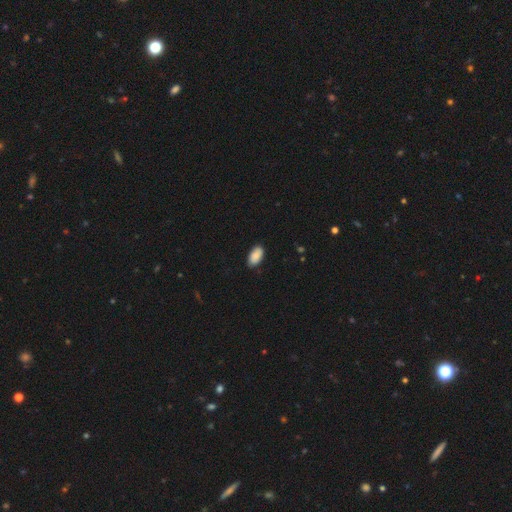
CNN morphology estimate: Smooth or featured?
  - smooth: 89% *
  - star or artifact: 6%
  - featured or disk: 5%
How rounded?
  - in between: 95% *
  - round: 3%
  - cigar-shaped: 2%
Merging?
  - none: 85% *
  - minor disturbance: 12%
  - major disturbance: 2%
  - merger: 1%